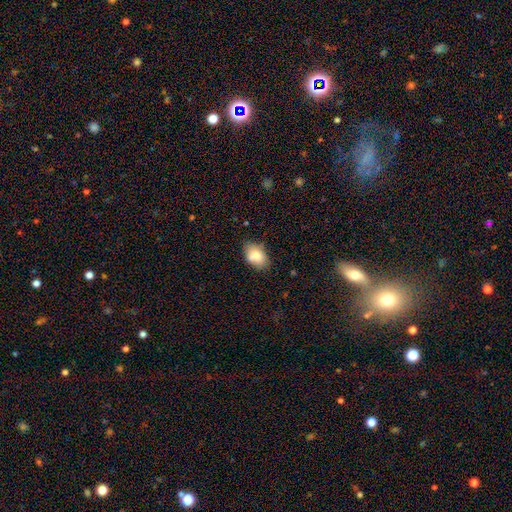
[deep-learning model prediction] Overall: smooth (82%). How rounded: in between (86%). Merging: none (74%).